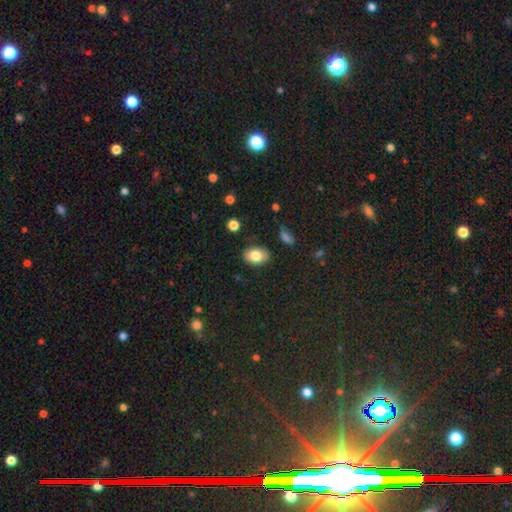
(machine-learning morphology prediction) Smooth or featured: smooth — 81% (featured or disk — 11%)
How rounded: in between — 82% (round — 17%)
Merging: none — 85% (minor disturbance — 11%)